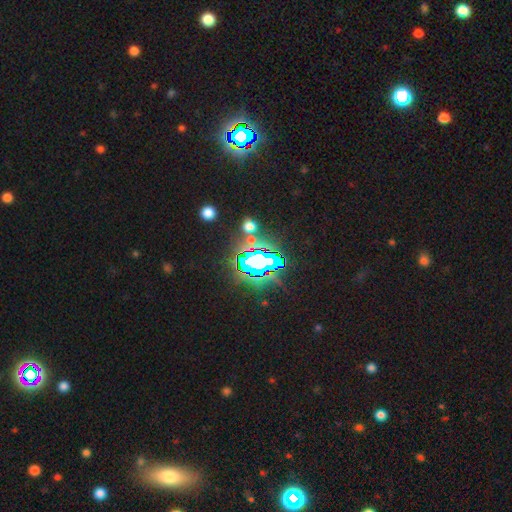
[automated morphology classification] The model was most divided on "smooth or featured": star or artifact: 80%, smooth: 11%, featured or disk: 9%.